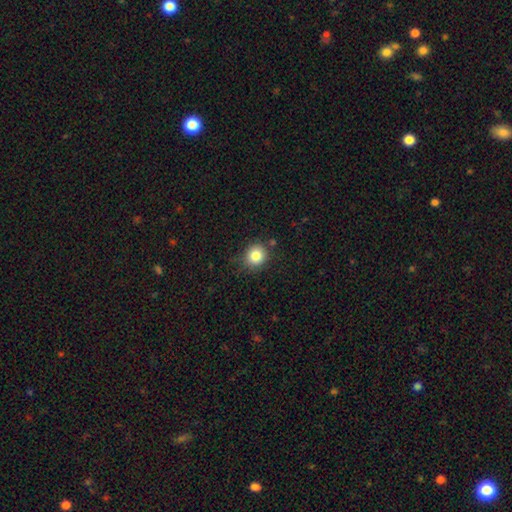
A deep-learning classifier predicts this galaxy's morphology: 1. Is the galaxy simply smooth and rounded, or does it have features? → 83% smooth, 11% star or artifact, 6% featured or disk.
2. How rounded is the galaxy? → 86% round, 13% in between, 1% cigar-shaped.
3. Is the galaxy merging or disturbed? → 80% none, 13% minor disturbance, 3% major disturbance, 3% merger.